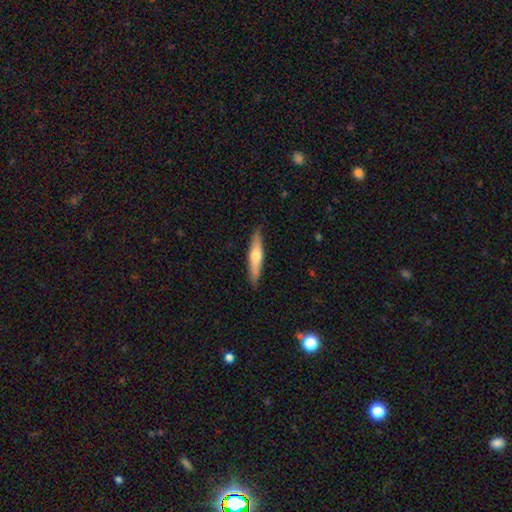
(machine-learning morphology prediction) A smooth galaxy with no disk features (50%).

Vote fractions:
- Smooth or featured? smooth: 50% / featured or disk: 45% / star or artifact: 5%
- Merging? none: 88% / minor disturbance: 9% / major disturbance: 2% / merger: 1%